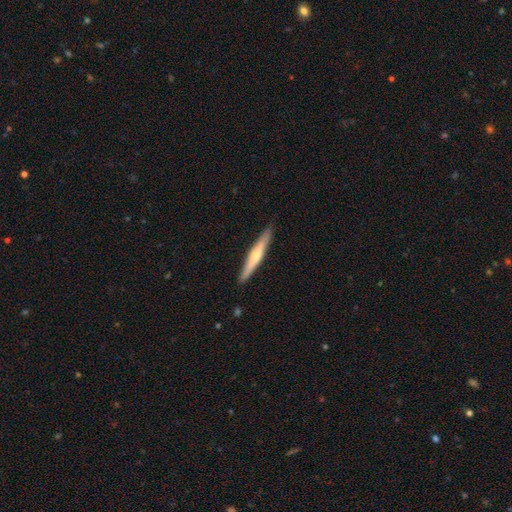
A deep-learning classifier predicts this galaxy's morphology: Smooth or featured: featured or disk — 55% (smooth — 39%)
Edge-on disk: yes — 96% (no — 4%)
Edge-on bulge: rounded — 77% (none — 18%)
Merging: none — 90% (minor disturbance — 7%)